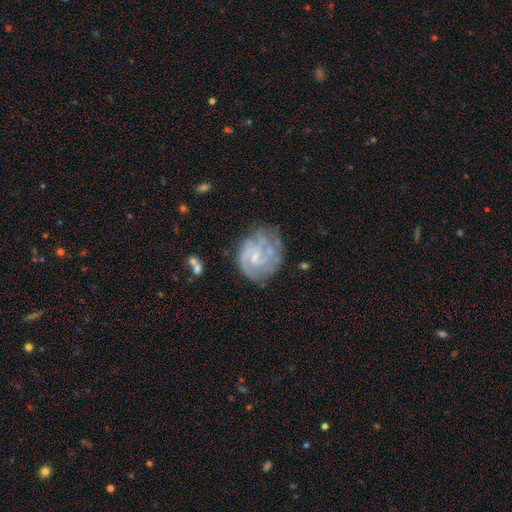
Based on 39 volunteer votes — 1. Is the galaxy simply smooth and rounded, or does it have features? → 79% featured or disk, 18% smooth, 3% star or artifact.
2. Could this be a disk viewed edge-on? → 100% no, 0% yes.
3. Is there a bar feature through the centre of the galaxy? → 61% weak, 26% no, 13% strong.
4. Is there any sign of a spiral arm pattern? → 74% yes, 26% no.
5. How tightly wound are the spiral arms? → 57% tight, 39% medium, 4% loose.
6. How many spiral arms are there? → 65% 2, 22% can't tell, 9% 3, 4% 1, 0% 4, 0% more than 4.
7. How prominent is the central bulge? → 77% small, 13% none, 6% moderate, 3% large, 0% dominant.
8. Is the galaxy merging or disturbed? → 50% none, 37% minor disturbance, 8% major disturbance, 5% merger.